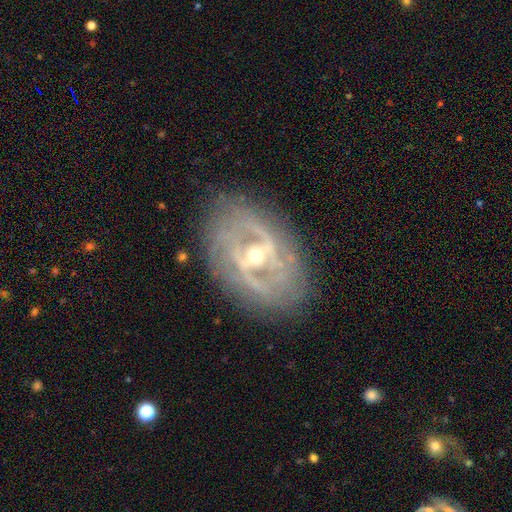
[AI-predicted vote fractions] A featured or disk galaxy (86%) with a strong bar (41%), 2 (53%) tight (50%) spiral arms (86%) and a moderate central bulge (53%).

Vote fractions:
- Smooth or featured? featured or disk: 86% / smooth: 7% / star or artifact: 6%
- Edge-on disk? no: 94% / yes: 6%
- Bar? strong: 41% / weak: 39% / no: 19%
- Spiral arms? yes: 86% / no: 14%
- Spiral winding? tight: 50% / medium: 36% / loose: 14%
- Spiral arm count? 2: 53% / can't tell: 26% / 3: 9% / 4: 4% / 1: 4% / more than 4: 3%
- Bulge size? moderate: 53% / small: 43% / large: 2% / none: 1% / dominant: 1%
- Merging? none: 78% / minor disturbance: 15% / major disturbance: 6% / merger: 1%